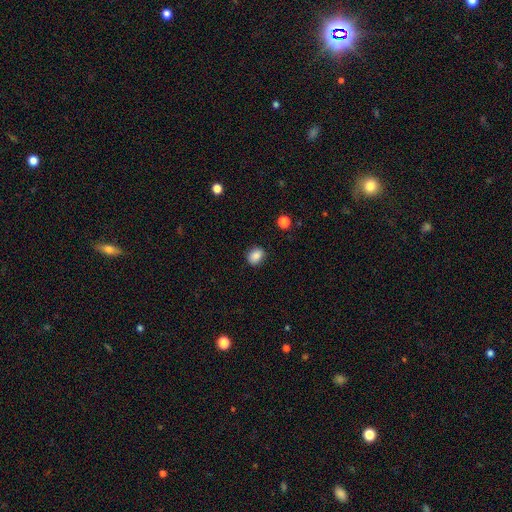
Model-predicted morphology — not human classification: Overall: smooth (86%). How rounded: round (50%; in between 49%). Merging: none (87%).